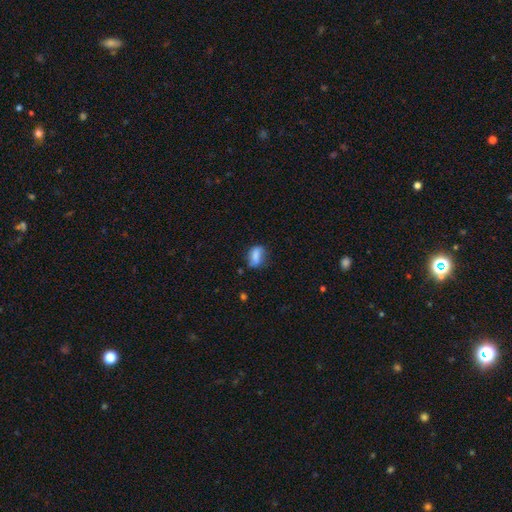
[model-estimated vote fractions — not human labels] smooth-or-featured: smooth: 71% | featured or disk: 20% | star or artifact: 9%
  how-rounded: in between: 78% | round: 15% | cigar-shaped: 7%
  merging: none: 58% | minor disturbance: 29% | major disturbance: 9% | merger: 4%